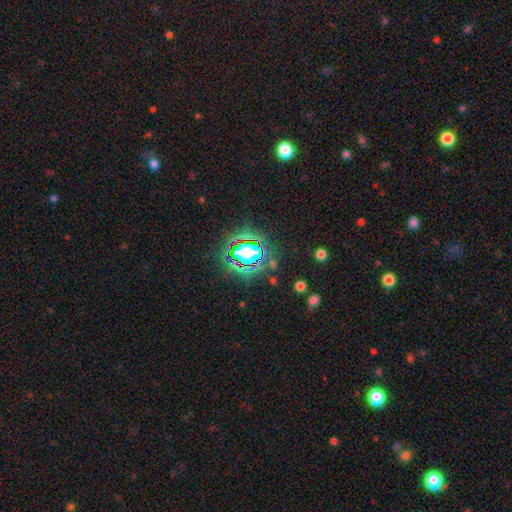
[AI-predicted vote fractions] Overall: star or artifact (80%).